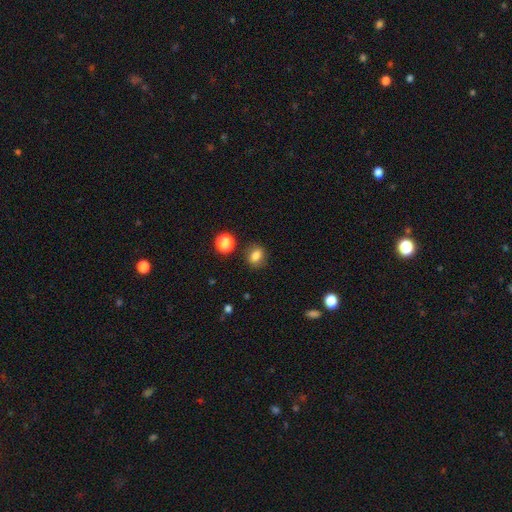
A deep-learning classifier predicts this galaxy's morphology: This is clearly a smooth galaxy (83%). How rounded: possibly round (52%). Merging: clearly none (84%).